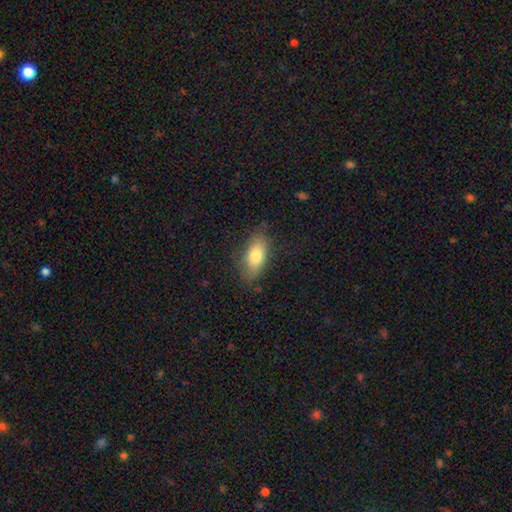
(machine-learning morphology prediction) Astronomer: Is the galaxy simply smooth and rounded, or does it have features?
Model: smooth — 77%.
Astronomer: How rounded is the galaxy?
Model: in between — 86%.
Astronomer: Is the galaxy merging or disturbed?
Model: none — 77%.